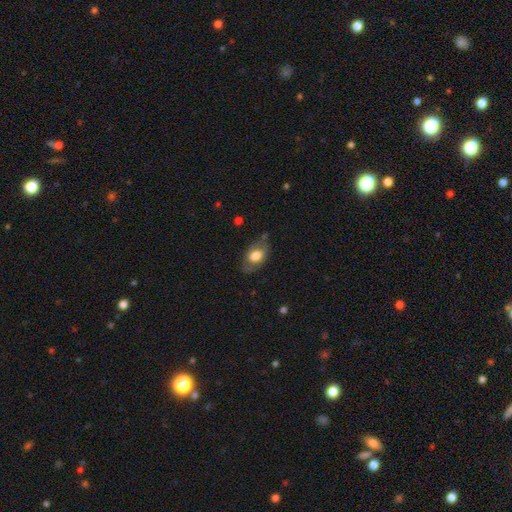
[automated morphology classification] smooth 62%, featured or disk 31%, star or artifact 7%. Down the decision tree: how rounded — in between (86%); merging — none (69%).